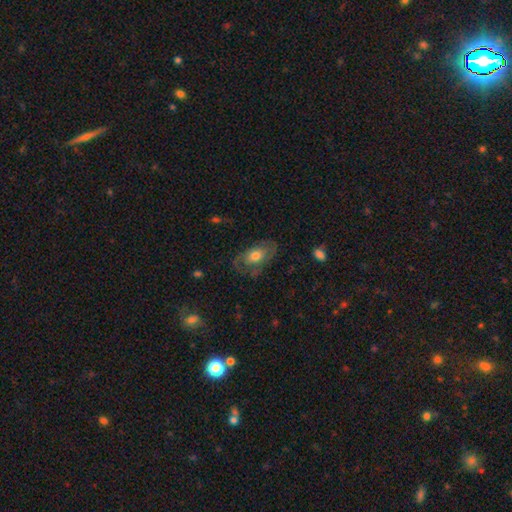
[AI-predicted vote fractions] featured or disk 47%, smooth 46%, star or artifact 8%. Down the decision tree: merging — none (61%).